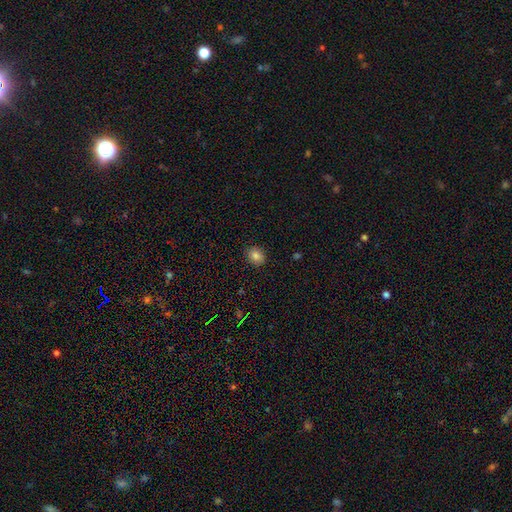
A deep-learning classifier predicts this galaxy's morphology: This is clearly a smooth galaxy (83%). How rounded: possibly round (58%). Merging: clearly none (88%).